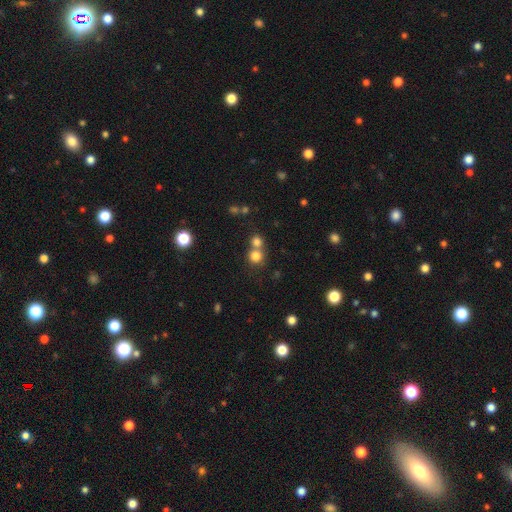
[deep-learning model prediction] Smooth or featured? smooth (78%)
How rounded? round (89%)
Merging? none (51%)